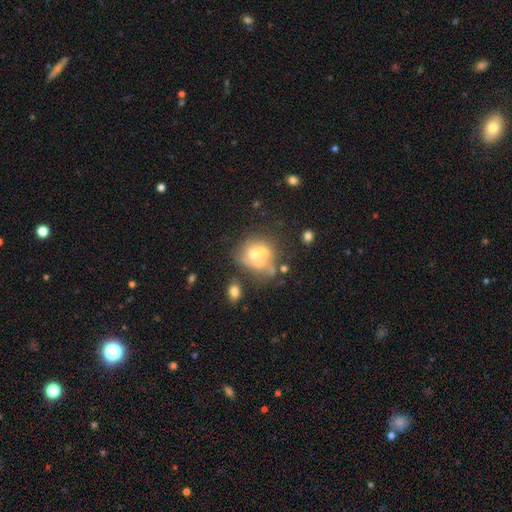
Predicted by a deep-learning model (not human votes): A smooth galaxy with no disk features (46%). Merging: merger (59%).